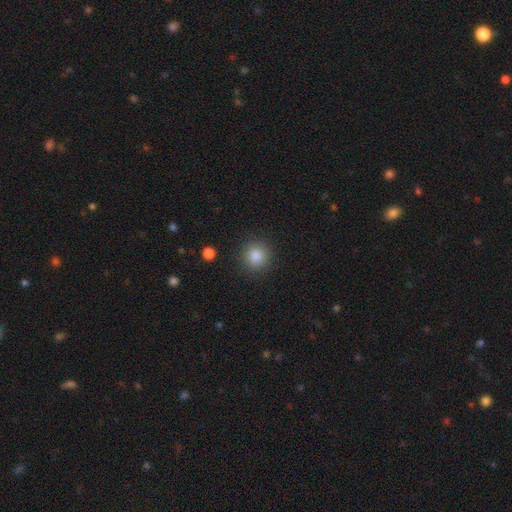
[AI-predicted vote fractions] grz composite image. It shows a smooth galaxy with no disk features (85%) that is round (93%). Merging: none (90%).